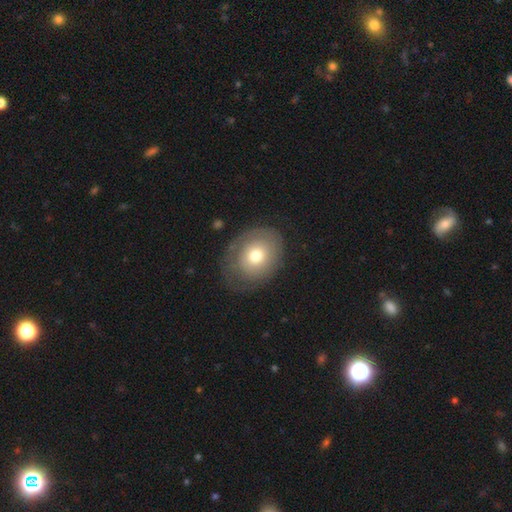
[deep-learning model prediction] smooth 63%, featured or disk 29%, star or artifact 8%. Down the decision tree: how rounded — in between (51%); merging — none (69%).